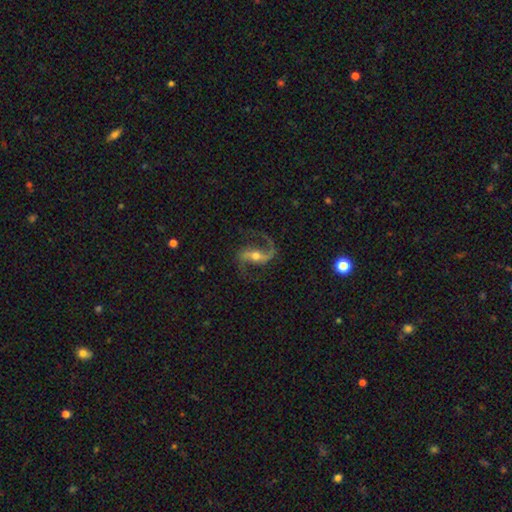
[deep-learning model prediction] smooth_or_featured: featured or disk (p=0.90) [alt: star or artifact p=0.05]
disk_edge_on: no (p=0.97) [alt: yes p=0.03]
bar: strong (p=0.46) [alt: weak p=0.33]
has_spiral_arms: yes (p=0.97) [alt: no p=0.03]
spiral_winding: loose (p=0.56) [alt: medium p=0.37]
spiral_arm_count: 2 (p=0.92) [alt: 1 p=0.03]
bulge_size: moderate (p=0.60) [alt: small p=0.34]
merging: none (p=0.77) [alt: minor disturbance p=0.12]